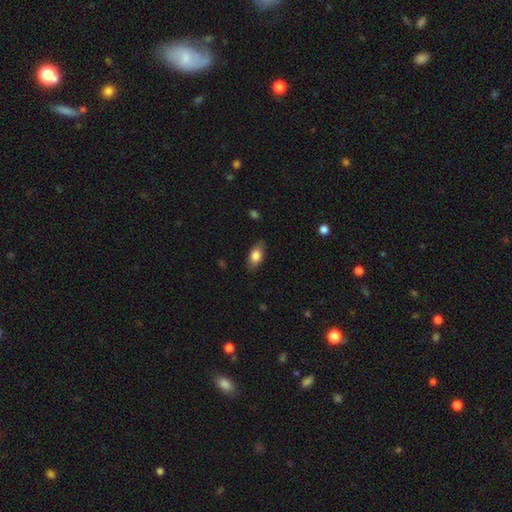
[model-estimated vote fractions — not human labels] A smooth galaxy with no disk features (81%) that is in between round and cigar-shaped (90%). Merging: none (84%).